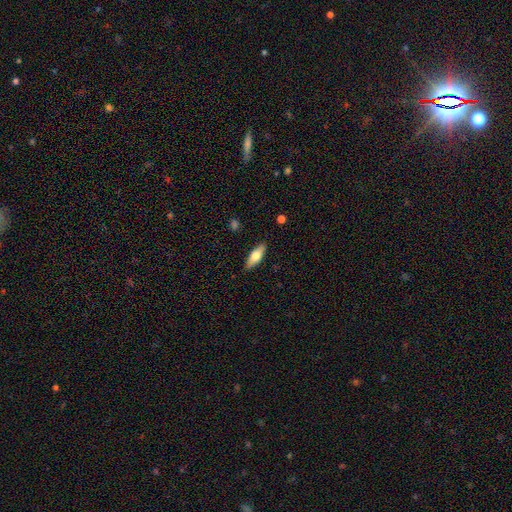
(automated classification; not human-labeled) Smooth or featured? smooth (64%)
How rounded? in between (62%)
Merging? none (88%)